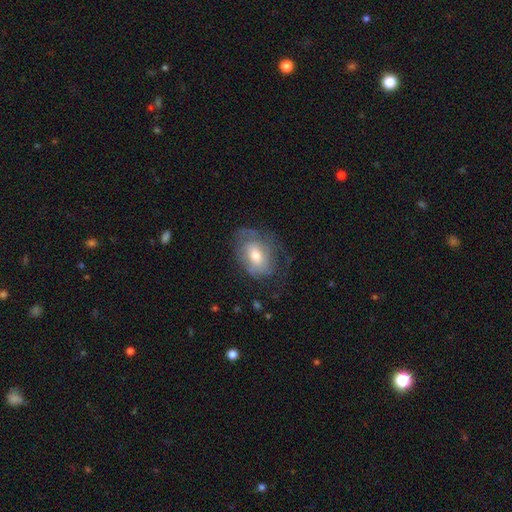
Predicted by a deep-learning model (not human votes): This appears to be a smooth galaxy with no disk features (52%) that is in between round and cigar-shaped (70%). Merging: none (51%).